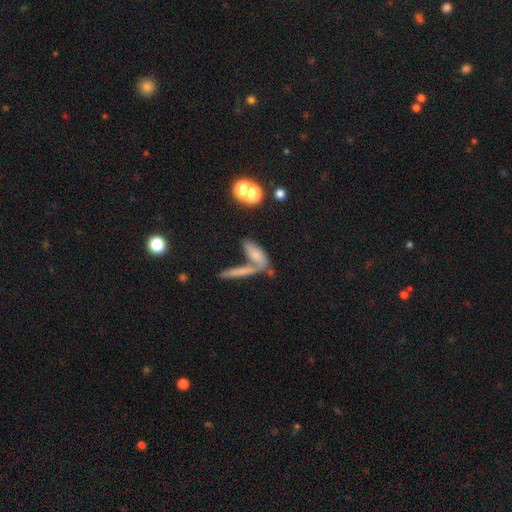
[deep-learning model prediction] The model was most divided on "how rounded": in between: 51%, cigar-shaped: 44%, round: 5%. Remaining: smooth or featured — smooth (64%); merging — merger (46%).